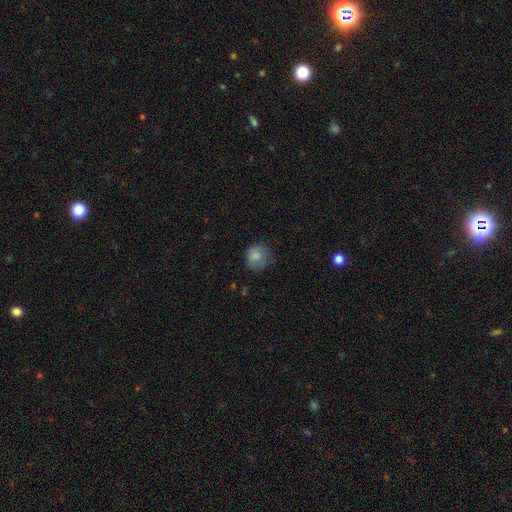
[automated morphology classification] The model was most divided on "merging": none: 67%, minor disturbance: 24%, major disturbance: 8%, merger: 1%. More confident: smooth or featured — smooth (81%); how rounded — round (81%).